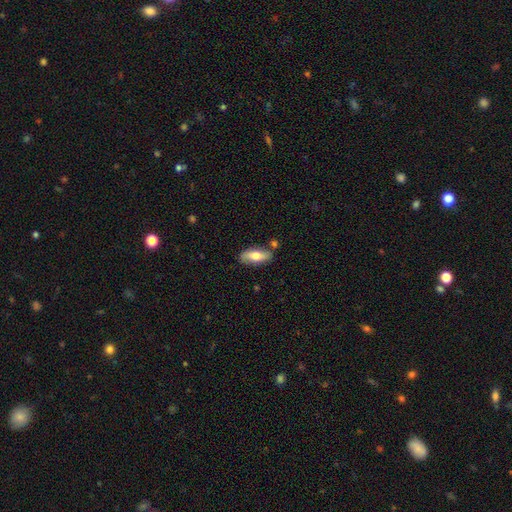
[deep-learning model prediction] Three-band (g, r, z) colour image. It shows a smooth galaxy with no disk features (67%) that is in between round and cigar-shaped (76%). Merging: none (78%).